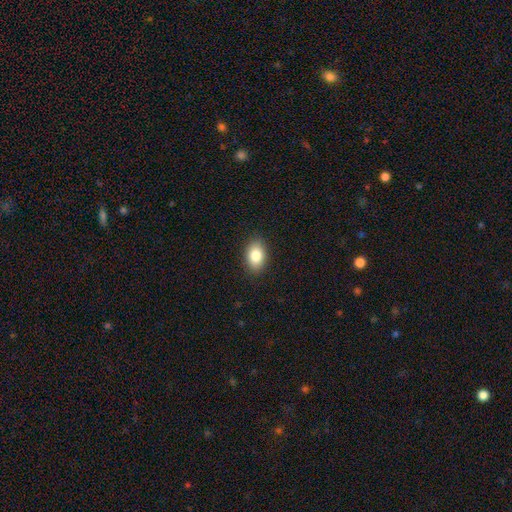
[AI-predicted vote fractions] Q: Smooth or featured?
A: smooth (84%); runner-up: star or artifact (8%)
Q: How rounded?
A: in between (86%); runner-up: round (12%)
Q: Merging?
A: none (89%); runner-up: minor disturbance (8%)